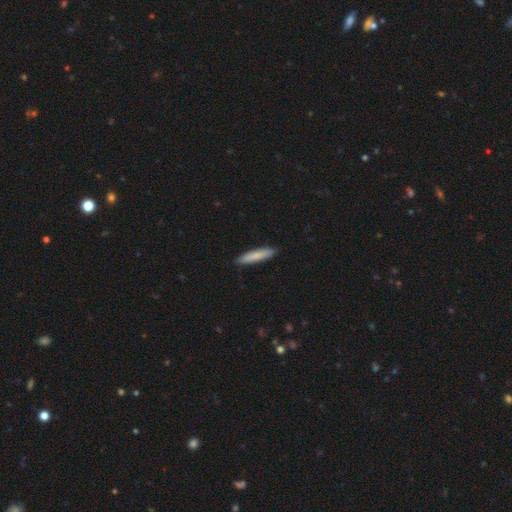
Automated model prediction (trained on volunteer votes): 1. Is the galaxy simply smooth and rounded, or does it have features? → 82% smooth, 12% featured or disk, 5% star or artifact.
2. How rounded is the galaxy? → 88% cigar-shaped, 11% in between, 1% round.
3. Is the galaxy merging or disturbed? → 90% none, 7% minor disturbance, 1% major disturbance, 1% merger.